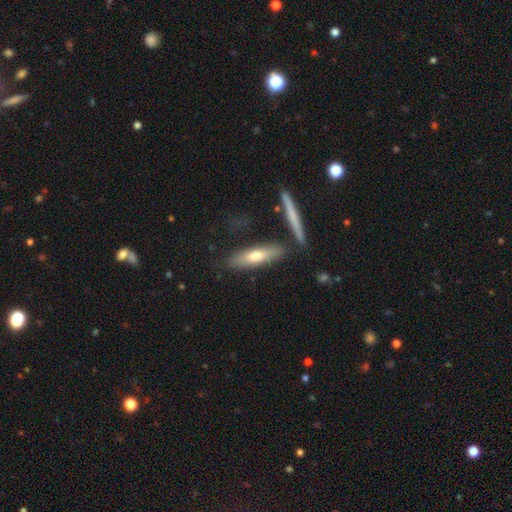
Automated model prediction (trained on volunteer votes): smooth-or-featured: smooth: 64% | featured or disk: 30% | star or artifact: 6%
  how-rounded: cigar-shaped: 69% | in between: 29% | round: 2%
  merging: none: 76% | minor disturbance: 13% | merger: 7% | major disturbance: 4%